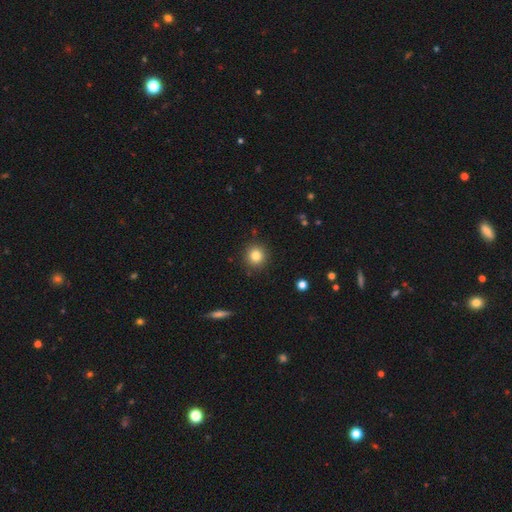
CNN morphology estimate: smooth_or_featured: smooth (p=0.82) [alt: star or artifact p=0.11]
how_rounded: round (p=0.93) [alt: in between p=0.06]
merging: none (p=0.90) [alt: minor disturbance p=0.06]